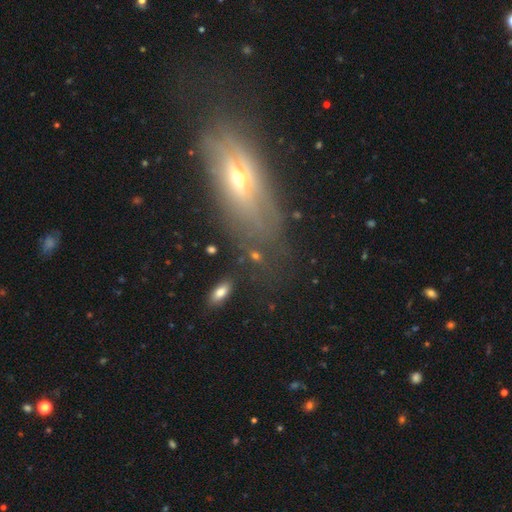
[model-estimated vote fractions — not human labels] Smooth or featured: featured or disk — 45% (smooth — 37%)
Merging: none — 64% (minor disturbance — 19%)